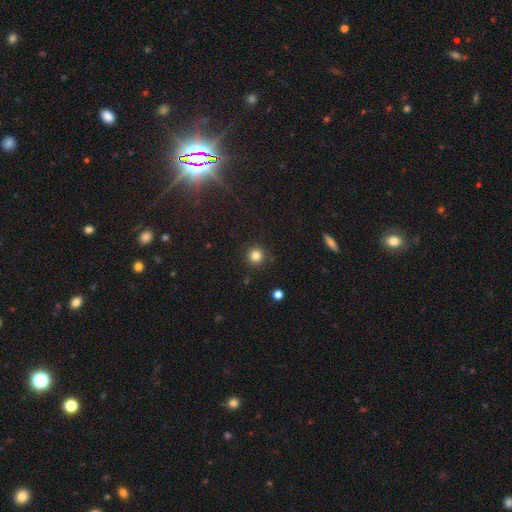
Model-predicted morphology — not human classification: Smooth or featured? smooth (82%)
How rounded? round (95%)
Merging? none (90%)